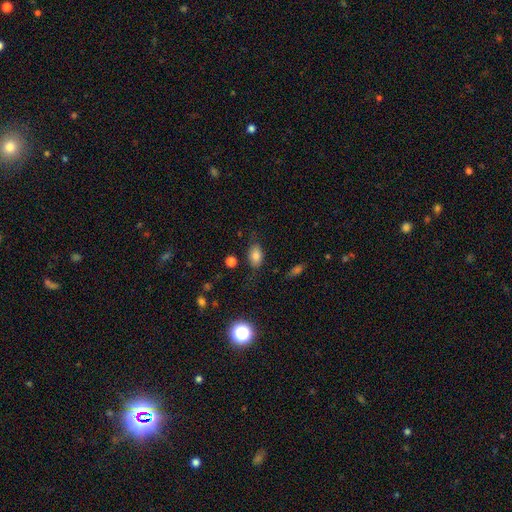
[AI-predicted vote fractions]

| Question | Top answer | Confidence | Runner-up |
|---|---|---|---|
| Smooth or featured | smooth | 79% | star or artifact (11%) |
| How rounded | in between | 88% | round (10%) |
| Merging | none | 75% | minor disturbance (18%) |